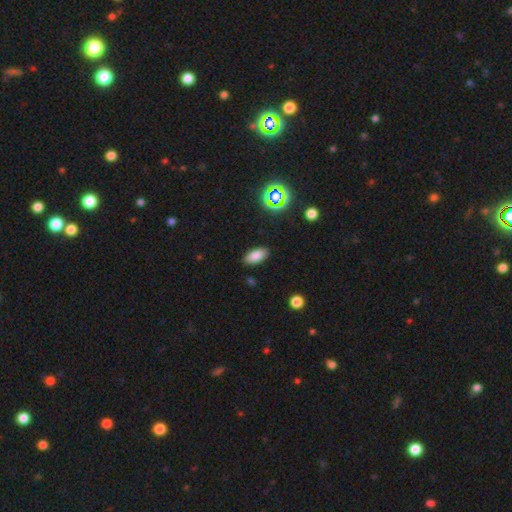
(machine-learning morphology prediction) This is clearly a smooth galaxy (81%). How rounded: clearly in between (90%). Merging: clearly none (88%).